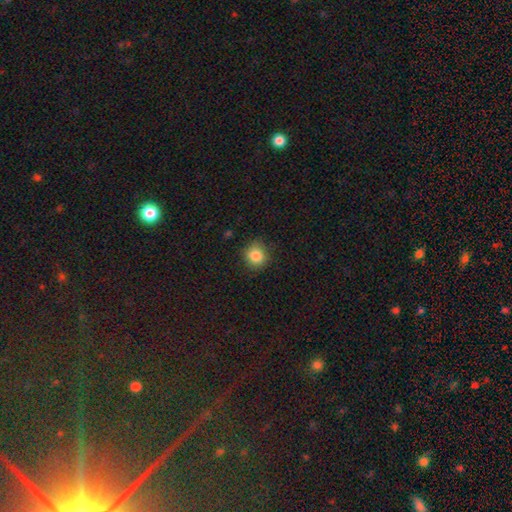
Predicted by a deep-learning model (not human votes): A smooth galaxy with no disk features (85%) that is round (84%).

Vote fractions:
- Smooth or featured? smooth: 85% / star or artifact: 10% / featured or disk: 5%
- How rounded? round: 84% / in between: 15% / cigar-shaped: 1%
- Merging? none: 85% / minor disturbance: 11% / major disturbance: 3% / merger: 1%